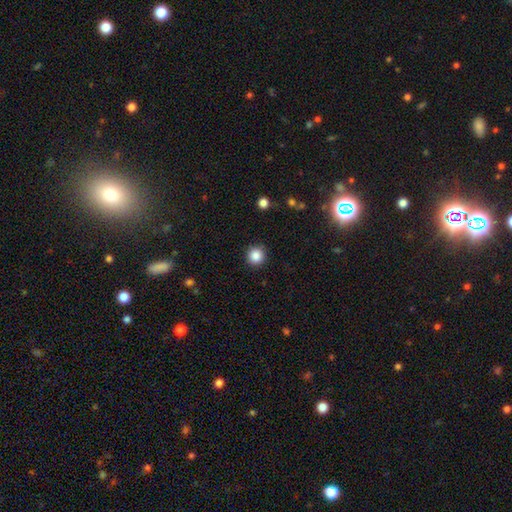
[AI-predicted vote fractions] A smooth galaxy with no disk features (86%) that is round (95%).

Vote fractions:
- Smooth or featured? smooth: 86% / star or artifact: 10% / featured or disk: 4%
- How rounded? round: 95% / in between: 4% / cigar-shaped: 1%
- Merging? none: 91% / minor disturbance: 6% / major disturbance: 2% / merger: 1%